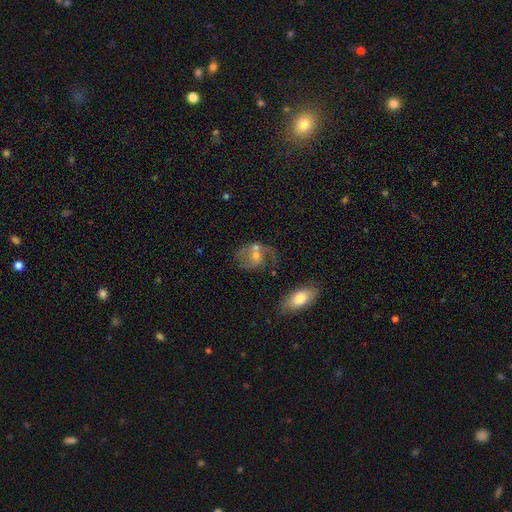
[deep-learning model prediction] This is possibly a featured or disk galaxy (59%). It is clearly not viewed edge-on (96%). Bar: likely no (65%). Spiral arm pattern: likely yes (71%). Central bulge: possibly moderate (47%). Merging: marginally none (40%).